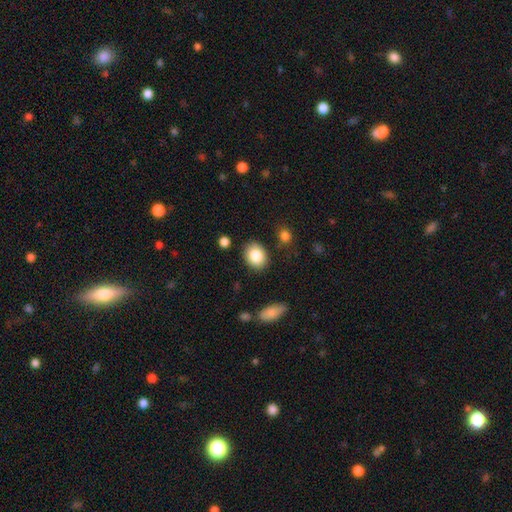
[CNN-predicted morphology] type=smooth (85%); roundness=in between (52%); merging=none (85%).